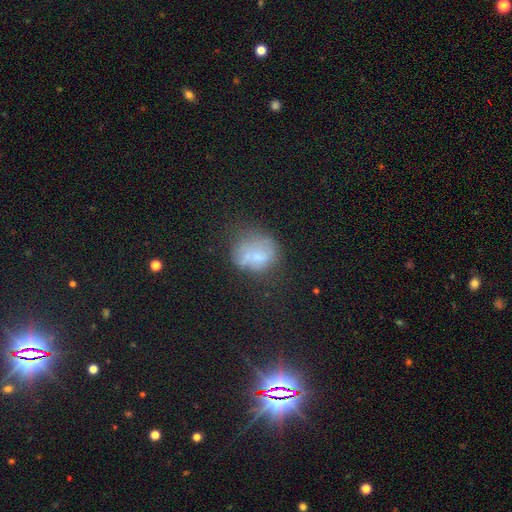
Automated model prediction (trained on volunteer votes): This appears to be a smooth galaxy with no disk features (53%) that is round (64%). Merging: none (42%).